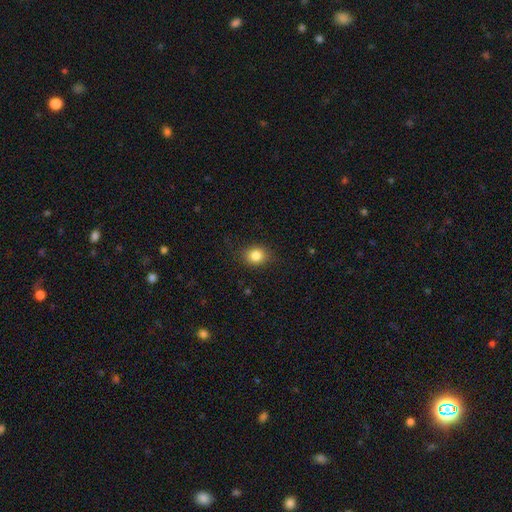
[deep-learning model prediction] A smooth galaxy with no disk features (84%) that is round (67%).

Vote fractions:
- Smooth or featured? smooth: 84% / star or artifact: 11% / featured or disk: 6%
- How rounded? round: 67% / in between: 32% / cigar-shaped: 1%
- Merging? none: 85% / minor disturbance: 11% / major disturbance: 3% / merger: 1%